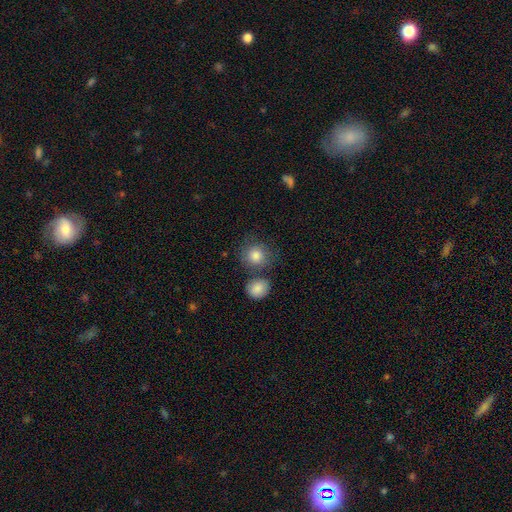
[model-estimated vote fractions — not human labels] Smooth or featured? smooth (83%)
How rounded? round (86%)
Merging? none (64%)